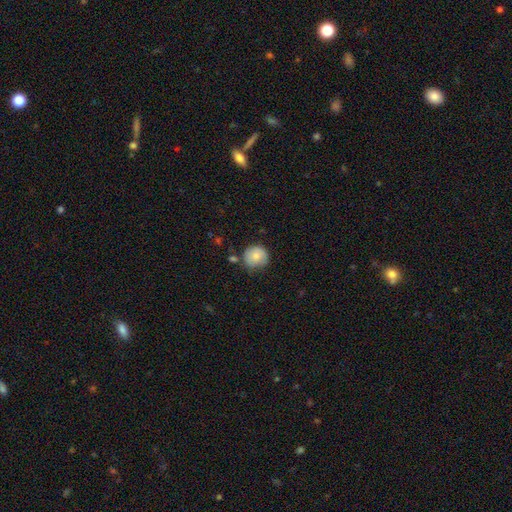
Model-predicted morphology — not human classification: type=smooth (81%); roundness=round (89%); merging=none (68%).